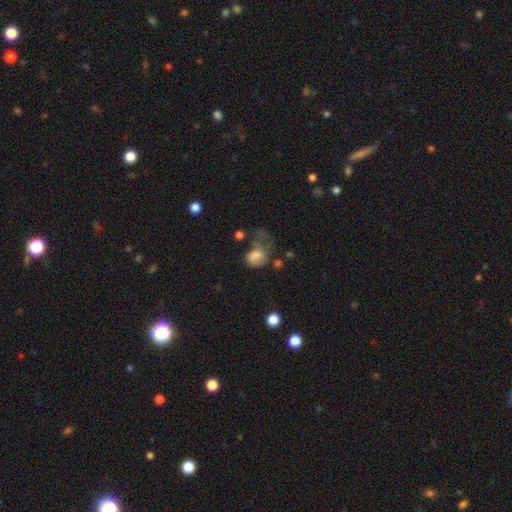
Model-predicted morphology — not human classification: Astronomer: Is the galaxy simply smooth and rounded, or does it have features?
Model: smooth — 68%.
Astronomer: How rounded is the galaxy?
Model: in between — 68%.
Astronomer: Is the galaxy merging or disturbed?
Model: major disturbance — 54%.